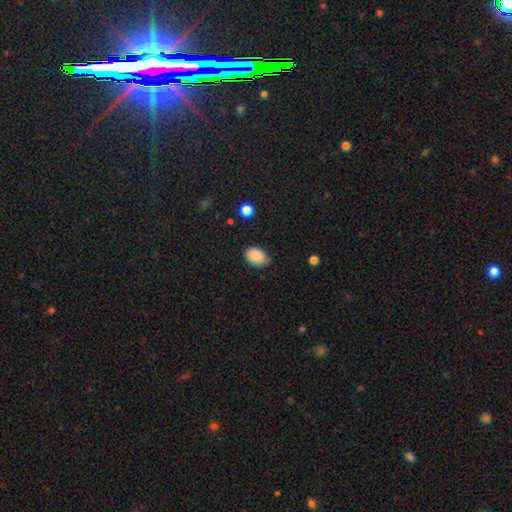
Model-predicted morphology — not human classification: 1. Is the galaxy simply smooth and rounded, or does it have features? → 88% smooth, 8% star or artifact, 4% featured or disk.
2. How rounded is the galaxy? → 80% in between, 19% round, 1% cigar-shaped.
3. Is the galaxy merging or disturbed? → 71% none, 24% minor disturbance, 4% major disturbance, 1% merger.